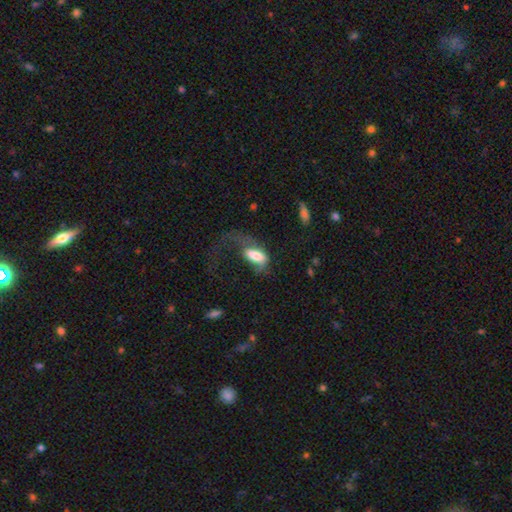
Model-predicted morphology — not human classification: Smooth or featured: smooth — 63% (featured or disk — 30%)
How rounded: in between — 86% (cigar-shaped — 10%)
Merging: major disturbance — 64% (none — 18%)